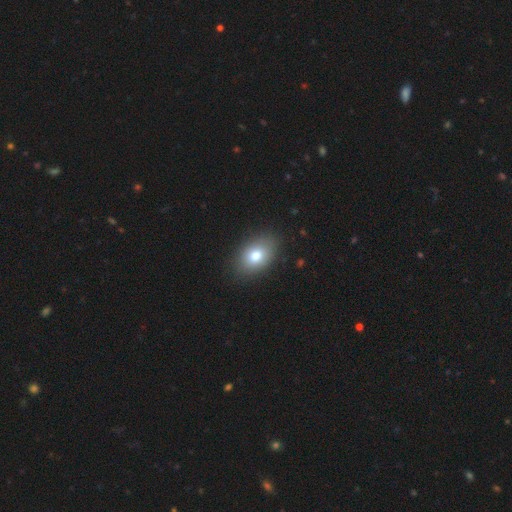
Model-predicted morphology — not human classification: type=smooth (79%); roundness=in between (84%); merging=none (85%).